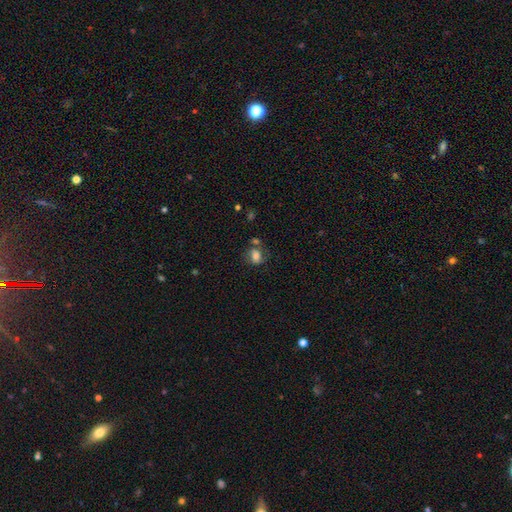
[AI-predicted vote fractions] smooth_or_featured: smooth (p=0.73) [alt: featured or disk p=0.16]
how_rounded: in between (p=0.59) [alt: round p=0.39]
merging: none (p=0.51) [alt: minor disturbance p=0.21]